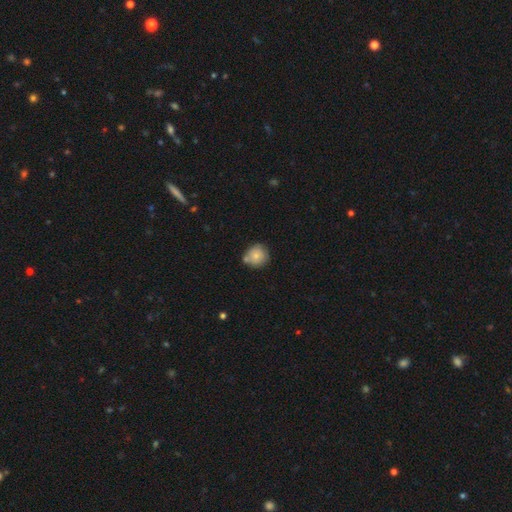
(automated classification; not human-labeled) smooth_or_featured: smooth (p=0.78) [alt: featured or disk p=0.14]
how_rounded: round (p=0.90) [alt: in between p=0.09]
merging: none (p=0.64) [alt: minor disturbance p=0.17]